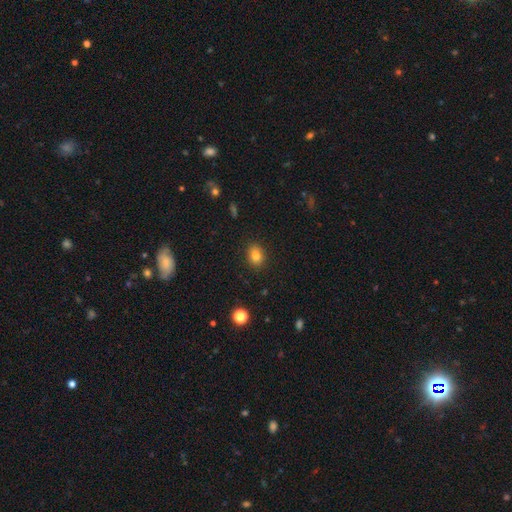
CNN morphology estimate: smooth_or_featured: smooth (p=0.80) [alt: star or artifact p=0.11]
how_rounded: in between (p=0.54) [alt: round p=0.45]
merging: none (p=0.88) [alt: minor disturbance p=0.09]